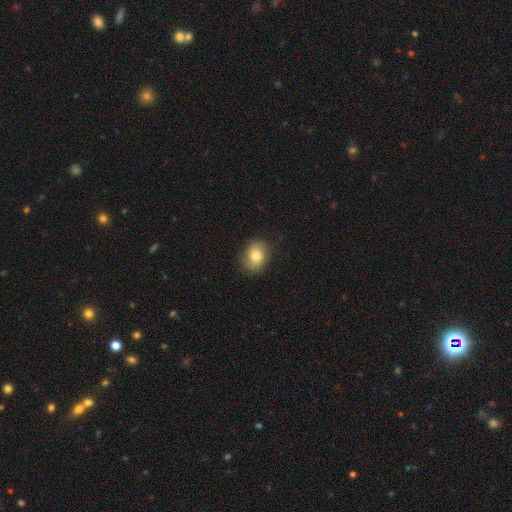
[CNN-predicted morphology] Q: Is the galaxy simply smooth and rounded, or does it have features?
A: smooth — 76%.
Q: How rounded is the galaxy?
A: round — 51%.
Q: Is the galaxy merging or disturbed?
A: none — 81%.